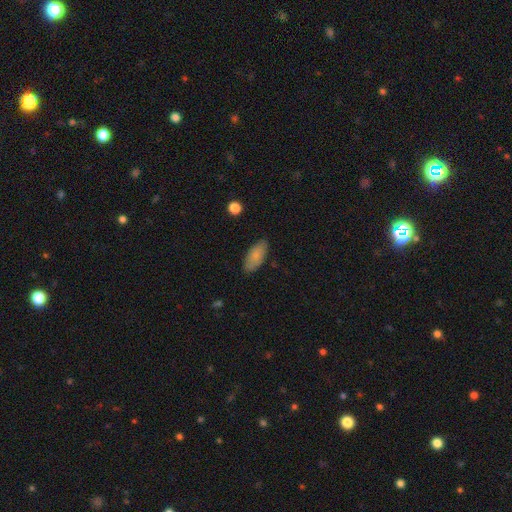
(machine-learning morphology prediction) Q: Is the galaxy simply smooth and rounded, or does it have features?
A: smooth — 83%.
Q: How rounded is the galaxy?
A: in between — 88%.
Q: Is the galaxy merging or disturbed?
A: none — 82%.